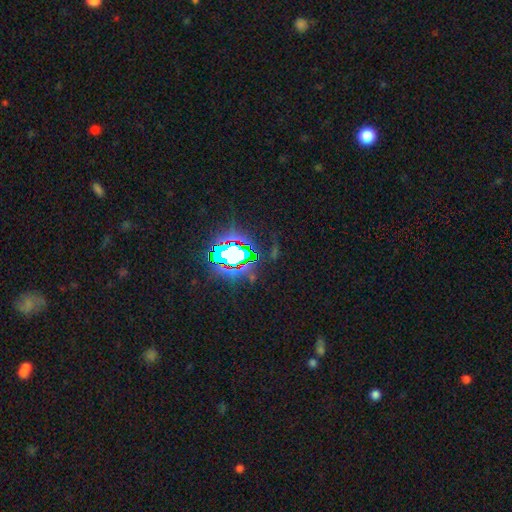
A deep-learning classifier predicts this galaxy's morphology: A star or artifact, not a galaxy (81%).

Vote fractions:
- Smooth or featured? star or artifact: 81% / smooth: 12% / featured or disk: 7%